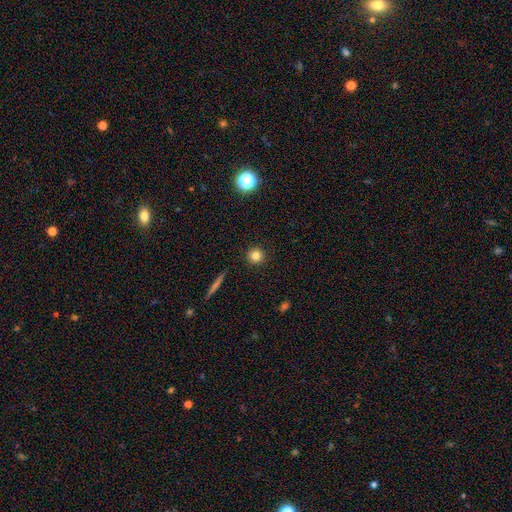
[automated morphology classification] Smooth or featured? Predicted: smooth (p=0.80). How rounded? Predicted: round (p=0.95). Merging? Predicted: none (p=0.92).